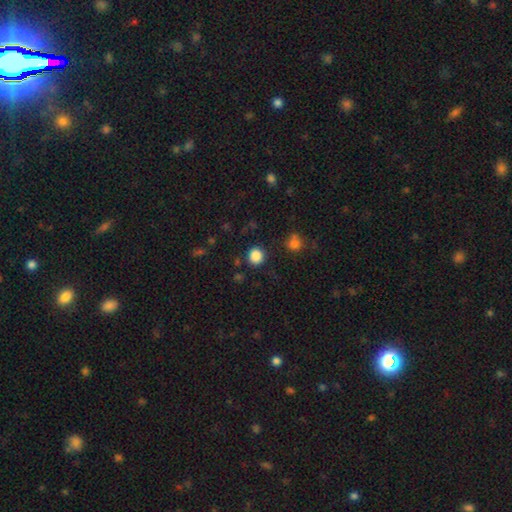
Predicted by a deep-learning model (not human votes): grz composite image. It shows a smooth galaxy with no disk features (86%) that is round (84%). Merging: none (85%).